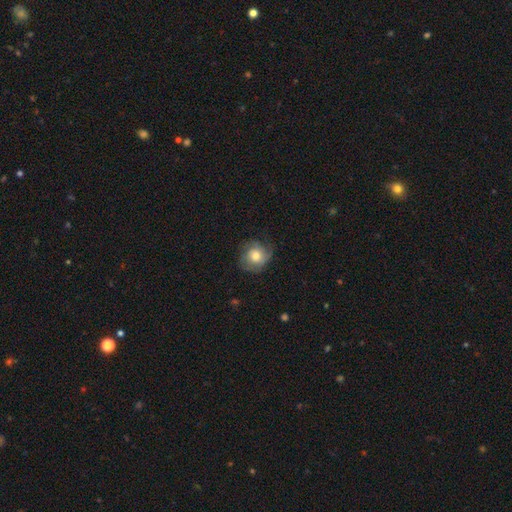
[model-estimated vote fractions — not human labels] Smooth or featured: smooth — 56% (featured or disk — 36%)
How rounded: round — 81% (in between — 18%)
Merging: none — 64% (minor disturbance — 24%)